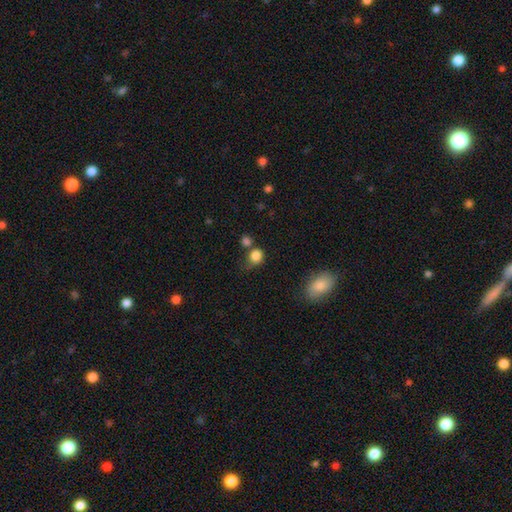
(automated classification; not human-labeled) Overall: smooth (84%). How rounded: round (79%). Merging: none (53%; minor disturbance 20%).